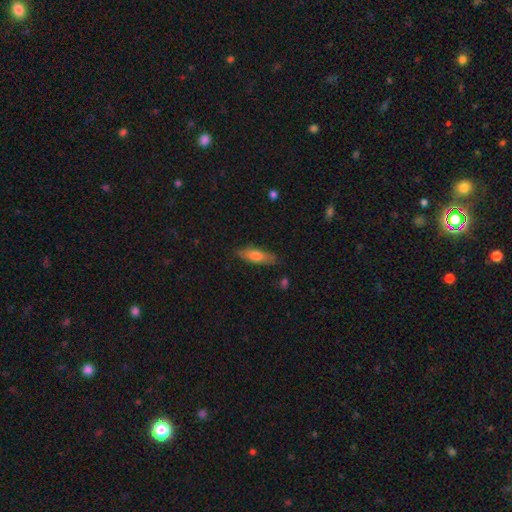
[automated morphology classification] A smooth galaxy with no disk features (69%) that is in between round and cigar-shaped (51%).

Vote fractions:
- Smooth or featured? smooth: 69% / featured or disk: 25% / star or artifact: 6%
- How rounded? in between: 51% / cigar-shaped: 46% / round: 2%
- Merging? none: 81% / minor disturbance: 14% / major disturbance: 3% / merger: 2%